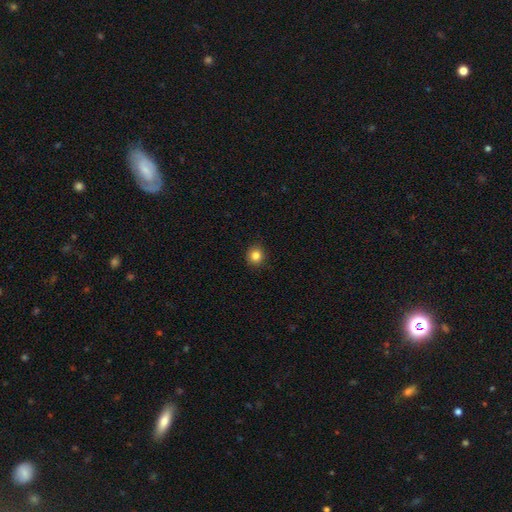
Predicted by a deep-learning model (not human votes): Morphology: type=smooth (84%); roundness=round (88%); merging=none (91%).